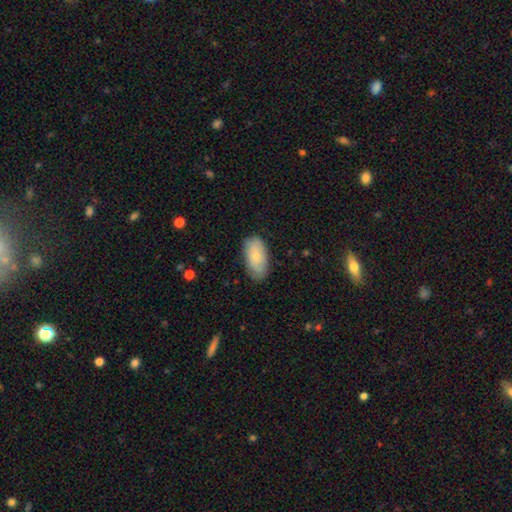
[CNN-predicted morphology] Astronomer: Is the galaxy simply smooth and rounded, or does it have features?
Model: smooth — 72%.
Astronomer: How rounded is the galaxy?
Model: in between — 93%.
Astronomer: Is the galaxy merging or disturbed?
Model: none — 78%.